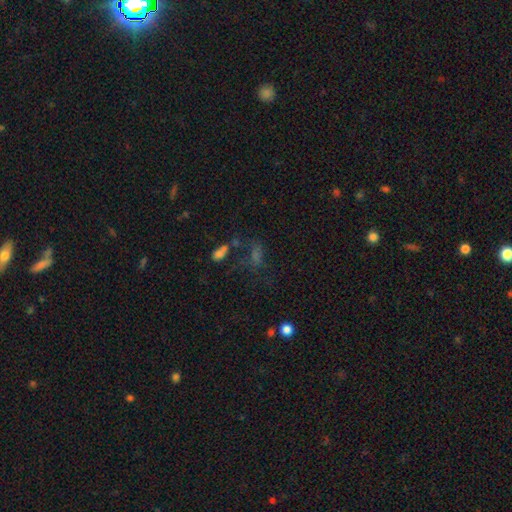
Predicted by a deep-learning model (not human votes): A star or artifact, not a galaxy (41%, tied with smooth).